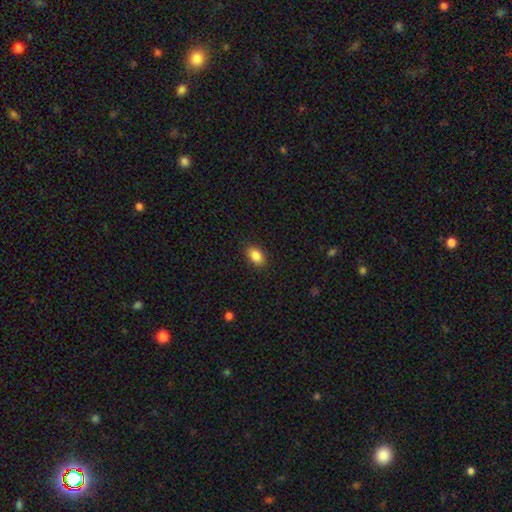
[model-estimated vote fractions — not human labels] Smooth or featured? Predicted: smooth (p=0.86). How rounded? Predicted: in between (p=0.87). Merging? Predicted: none (p=0.88).